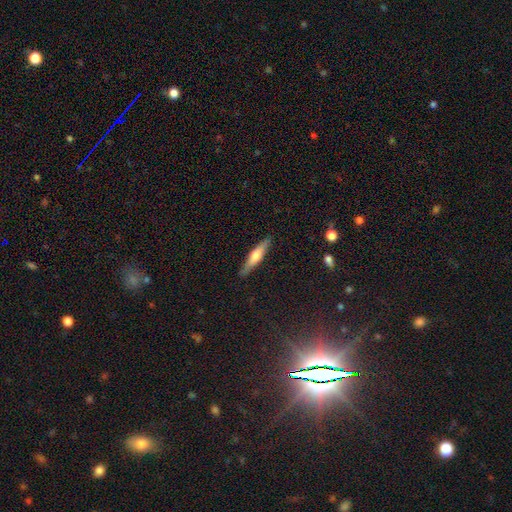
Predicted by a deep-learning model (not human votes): This appears to be a featured or disk galaxy (53%) viewed edge-on (94%). Merging: none (88%).